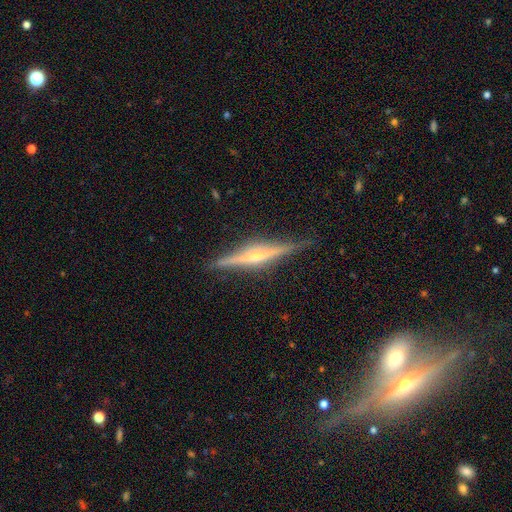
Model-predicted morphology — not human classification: A featured or disk galaxy (80%) viewed edge-on (98%) with a rounded central bulge (68%). Merging: none (88%).